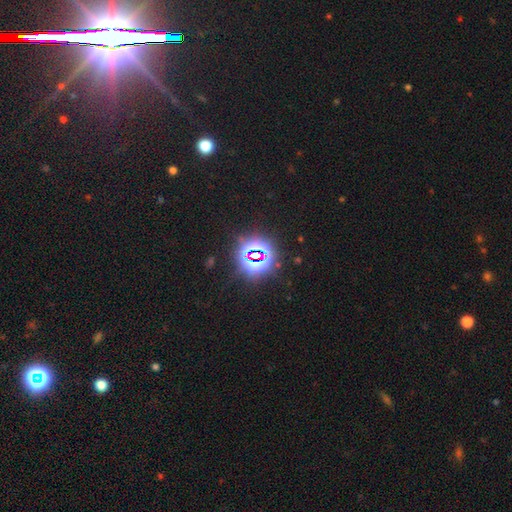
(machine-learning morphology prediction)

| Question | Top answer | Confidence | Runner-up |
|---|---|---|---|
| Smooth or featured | star or artifact | 78% | smooth (14%) |